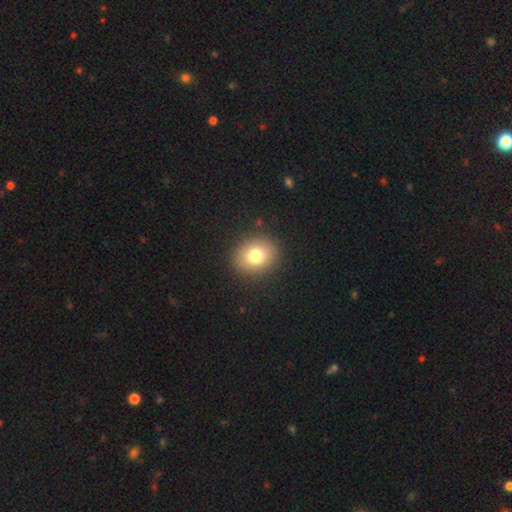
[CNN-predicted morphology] smooth 77%, star or artifact 12%, featured or disk 11%. Down the decision tree: how rounded — round (69%); merging — none (90%).